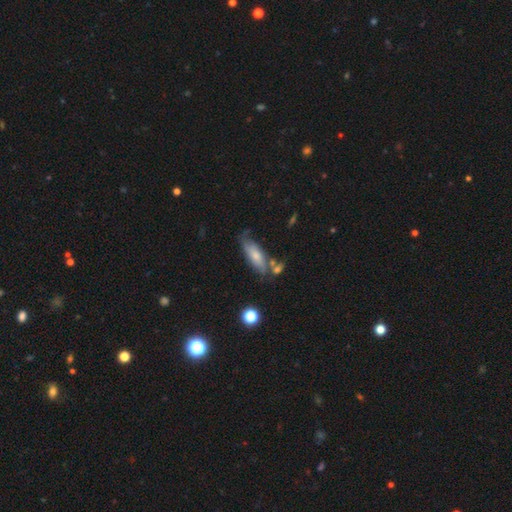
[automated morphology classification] Smooth or featured: smooth — 63% (featured or disk — 30%)
How rounded: in between — 64% (cigar-shaped — 33%)
Merging: none — 52% (minor disturbance — 26%)